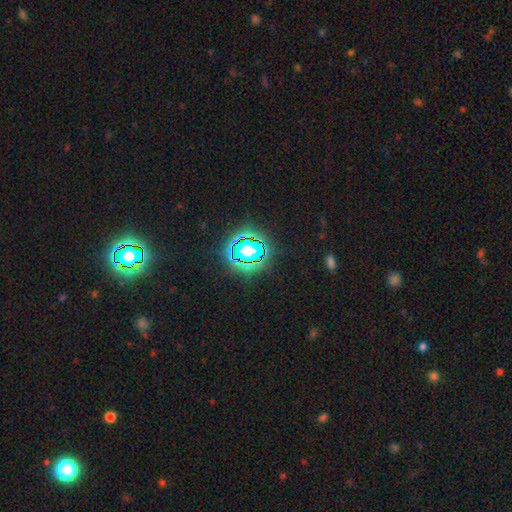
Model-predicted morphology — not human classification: Q: Smooth or featured?
A: star or artifact (80%); runner-up: smooth (13%)